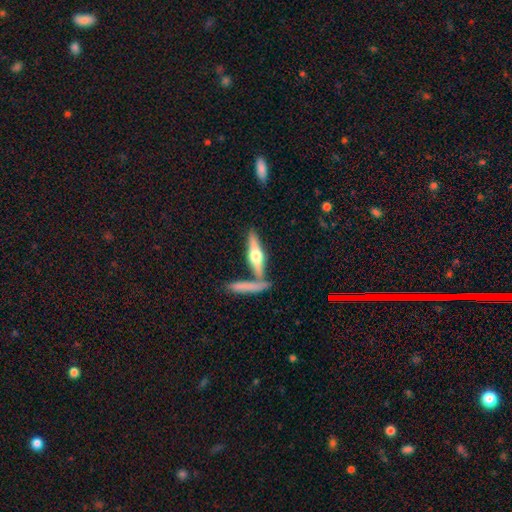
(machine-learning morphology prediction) A featured or disk galaxy (63%) viewed edge-on (95%) with a rounded central bulge (94%).

Vote fractions:
- Smooth or featured? featured or disk: 63% / smooth: 32% / star or artifact: 6%
- Edge-on disk? yes: 95% / no: 5%
- Edge-on bulge? rounded: 94% / boxy: 3% / none: 3%
- Merging? none: 65% / merger: 21% / minor disturbance: 10% / major disturbance: 3%